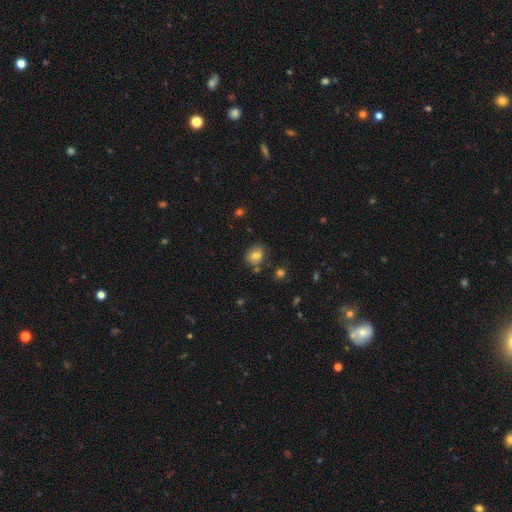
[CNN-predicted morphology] Smooth or featured? Predicted: smooth (p=0.75). How rounded? Predicted: round (p=0.59). Merging? Predicted: none (p=0.76).